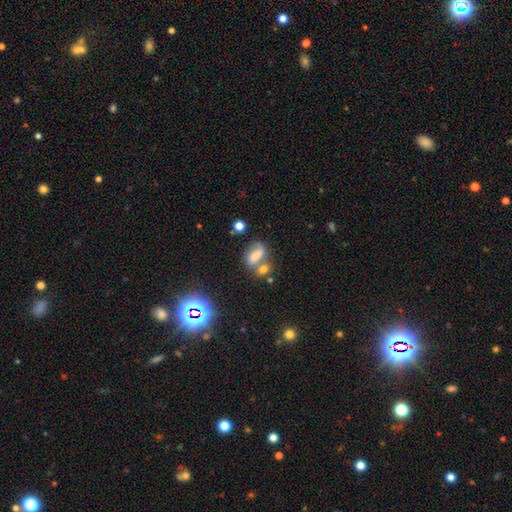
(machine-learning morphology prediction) smooth-or-featured: smooth: 57% | featured or disk: 26% | star or artifact: 17%
  how-rounded: in between: 75% | round: 16% | cigar-shaped: 9%
  merging: merger: 38% | none: 35% | minor disturbance: 16% | major disturbance: 11%